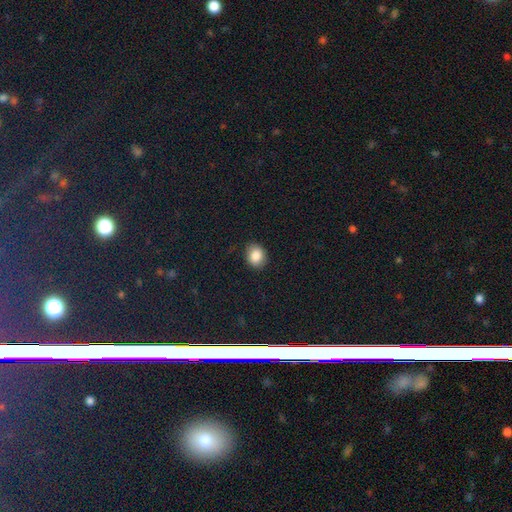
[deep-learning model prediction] smooth_or_featured: smooth (p=0.86) [alt: star or artifact p=0.09]
how_rounded: round (p=0.59) [alt: in between p=0.40]
merging: none (p=0.87) [alt: minor disturbance p=0.09]